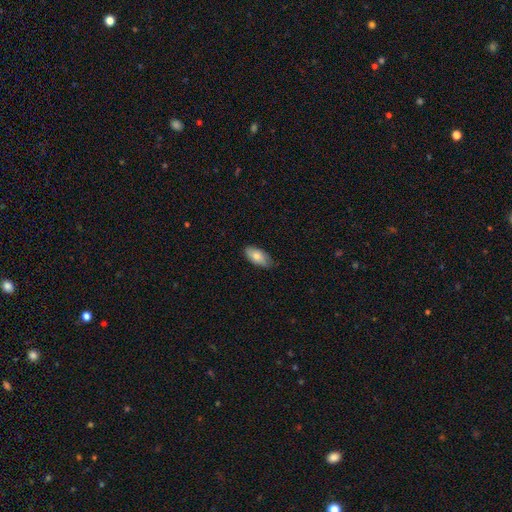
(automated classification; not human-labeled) Smooth or featured: smooth — 75% (featured or disk — 19%)
How rounded: in between — 90% (cigar-shaped — 7%)
Merging: none — 80% (minor disturbance — 17%)